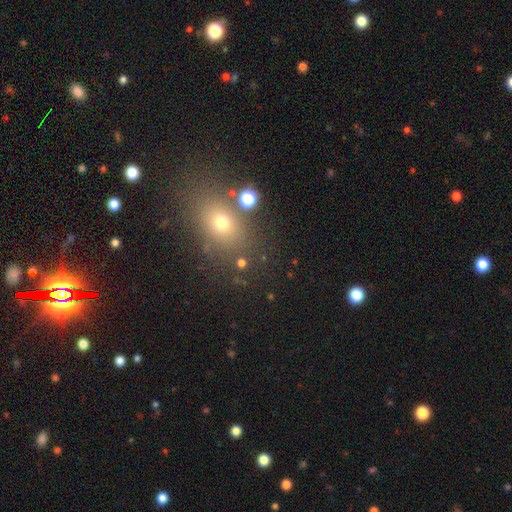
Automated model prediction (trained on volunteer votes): smooth 56%, star or artifact 31%, featured or disk 13%. Down the decision tree: how rounded — in between (55%); merging — none (76%).